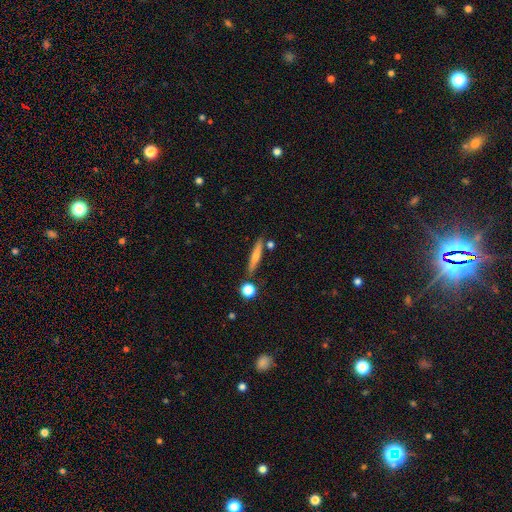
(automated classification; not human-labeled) Overall: smooth (60%; featured or disk 32%). How rounded: cigar-shaped (90%). Merging: none (79%).